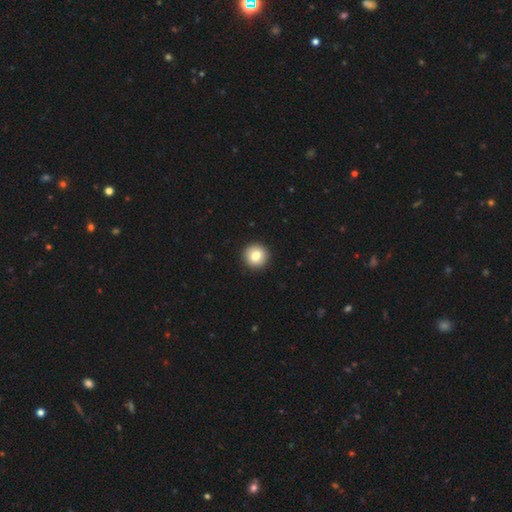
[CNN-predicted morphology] Smooth or featured?
  - smooth: 82% *
  - featured or disk: 10%
  - star or artifact: 9%
How rounded?
  - round: 94% *
  - in between: 5%
  - cigar-shaped: 1%
Merging?
  - none: 93% *
  - minor disturbance: 5%
  - major disturbance: 1%
  - merger: 1%